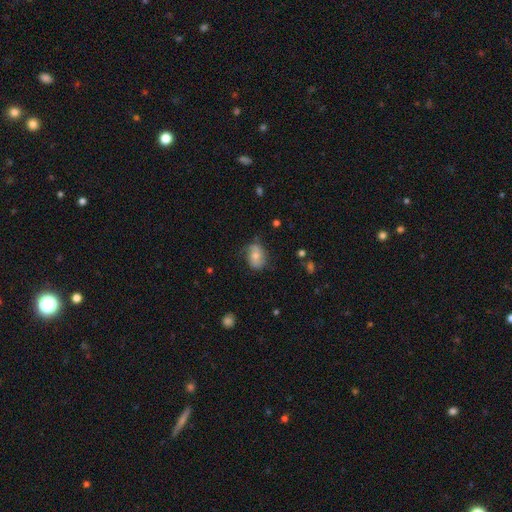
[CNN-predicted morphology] The model was most divided on "smooth or featured": smooth: 57%, featured or disk: 34%, star or artifact: 9%. More confident: how rounded — in between (71%); merging — none (59%).